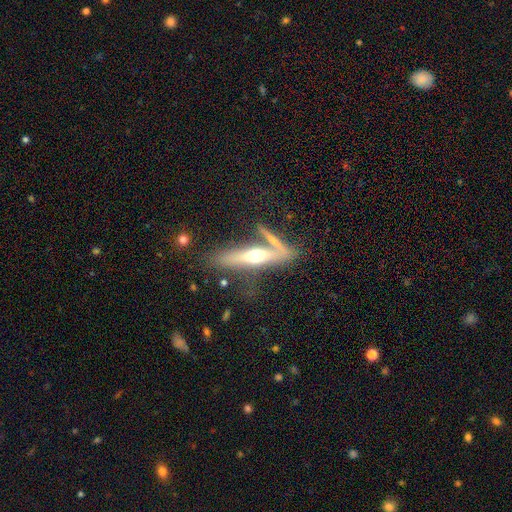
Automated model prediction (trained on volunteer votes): The model was most divided on "smooth or featured": featured or disk: 59%, smooth: 34%, star or artifact: 6%. More confident: edge-on bulge — rounded (91%); edge-on disk — yes (86%); merging — none (53%).